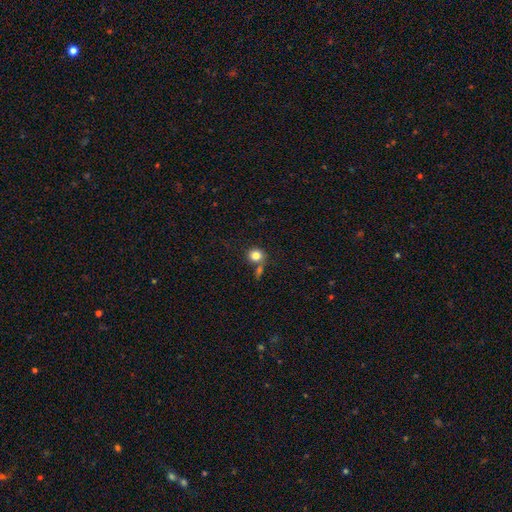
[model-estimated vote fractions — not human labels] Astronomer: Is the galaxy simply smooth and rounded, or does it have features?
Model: smooth — 82%.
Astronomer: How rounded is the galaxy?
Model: round — 85%.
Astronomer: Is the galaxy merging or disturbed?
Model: none — 64%.